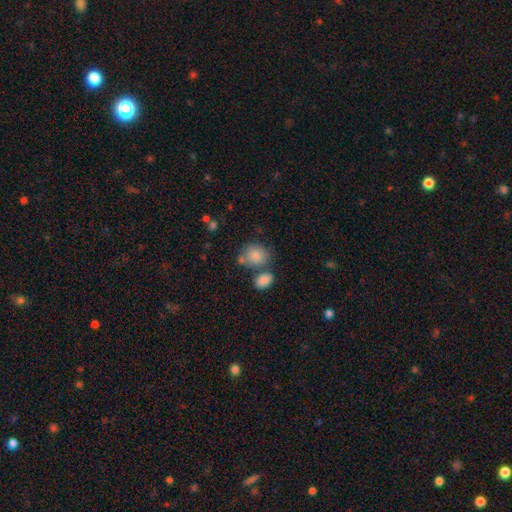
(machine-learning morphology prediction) Overall: smooth (84%). How rounded: round (57%; in between 42%). Merging: none (56%; merger 27%).